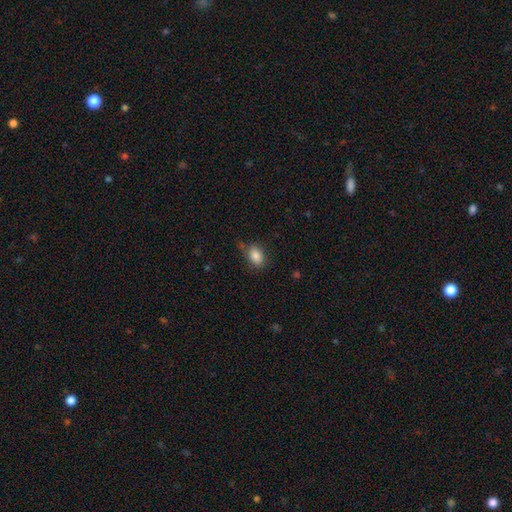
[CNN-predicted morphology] This appears to be a smooth galaxy with no disk features (86%) that is in between round and cigar-shaped (83%). Merging: none (75%).